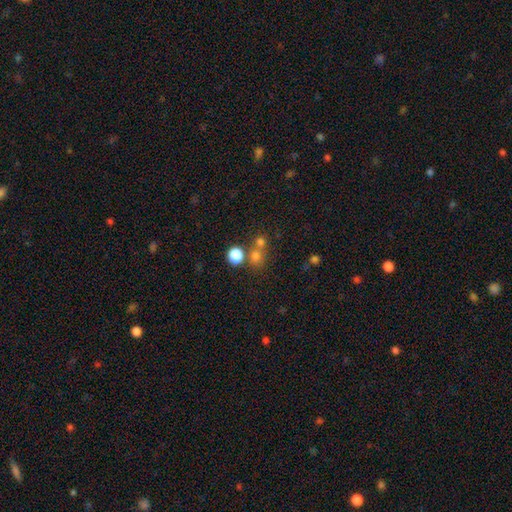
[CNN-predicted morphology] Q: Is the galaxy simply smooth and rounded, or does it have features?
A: smooth — 71%.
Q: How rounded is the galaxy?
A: round — 80%.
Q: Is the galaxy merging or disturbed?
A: none — 60%.